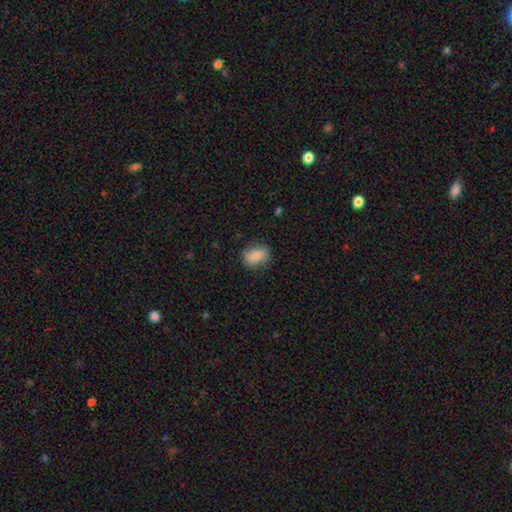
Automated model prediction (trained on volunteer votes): A smooth galaxy with no disk features (74%) that is in between round and cigar-shaped (60%).

Vote fractions:
- Smooth or featured? smooth: 74% / featured or disk: 18% / star or artifact: 8%
- How rounded? in between: 60% / round: 38% / cigar-shaped: 2%
- Merging? none: 81% / minor disturbance: 15% / major disturbance: 4% / merger: 1%